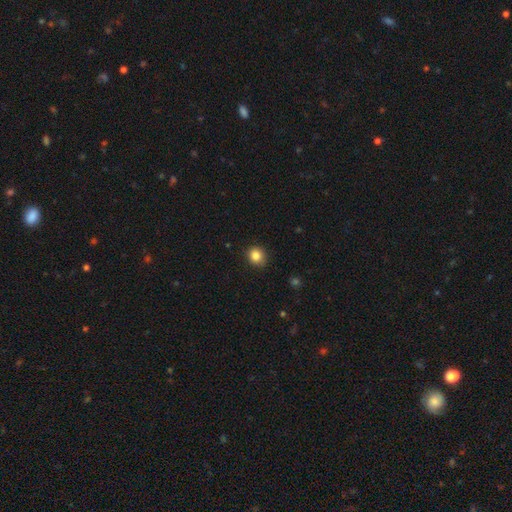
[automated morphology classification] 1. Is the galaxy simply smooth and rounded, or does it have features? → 85% smooth, 11% star or artifact, 5% featured or disk.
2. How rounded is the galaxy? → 81% round, 18% in between, 1% cigar-shaped.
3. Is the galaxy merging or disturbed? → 88% none, 9% minor disturbance, 2% major disturbance, 1% merger.